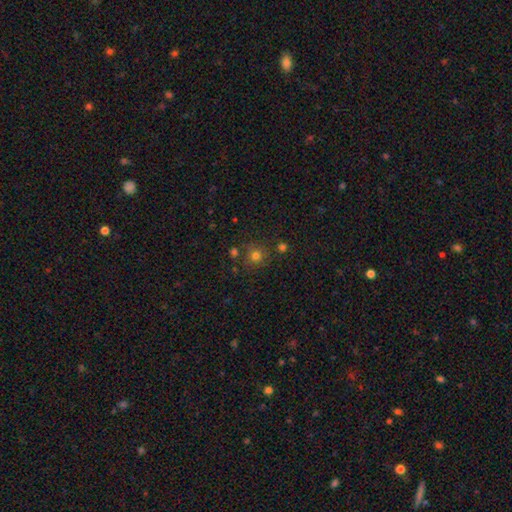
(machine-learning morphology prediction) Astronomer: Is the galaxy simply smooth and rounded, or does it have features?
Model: smooth — 74%.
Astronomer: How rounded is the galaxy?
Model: round — 90%.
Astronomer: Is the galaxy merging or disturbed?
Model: none — 78%.